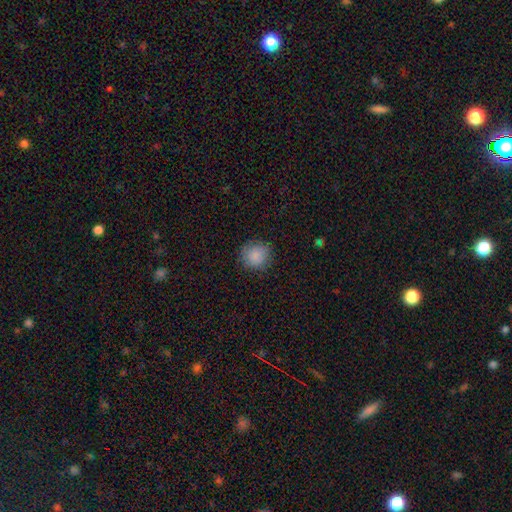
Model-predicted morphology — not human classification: Smooth or featured? Predicted: smooth (p=0.87). How rounded? Predicted: round (p=0.89). Merging? Predicted: none (p=0.84).